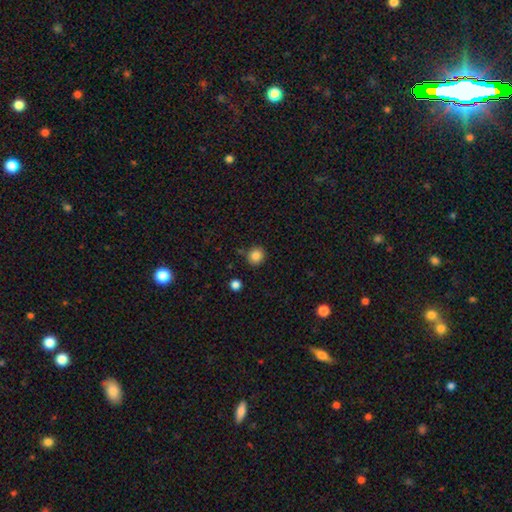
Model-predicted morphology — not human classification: type=smooth (85%); roundness=round (90%); merging=none (83%).